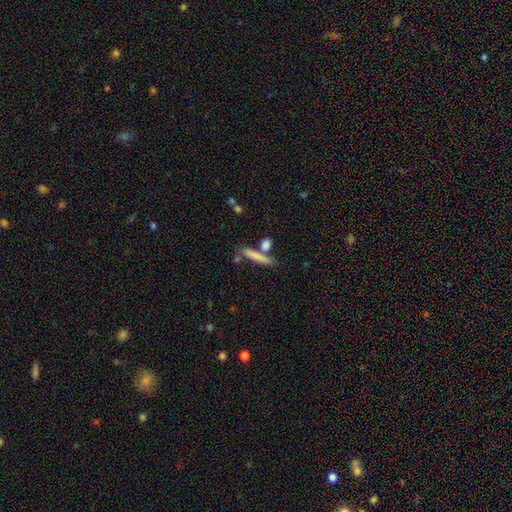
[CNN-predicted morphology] This is likely a smooth galaxy (76%). How rounded: clearly cigar-shaped (85%). Merging: likely none (67%).